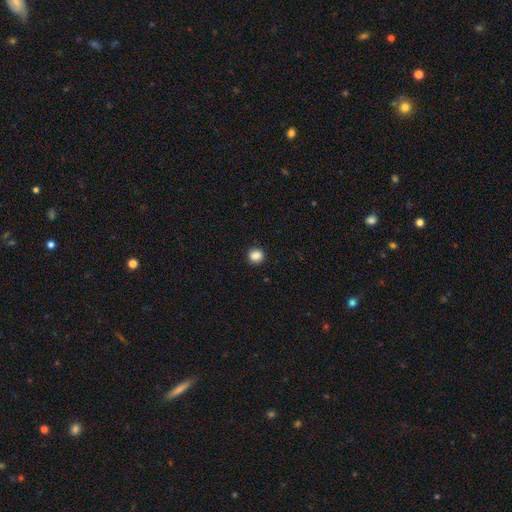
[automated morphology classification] A smooth galaxy with no disk features (87%) that is round (91%). Merging: none (92%).